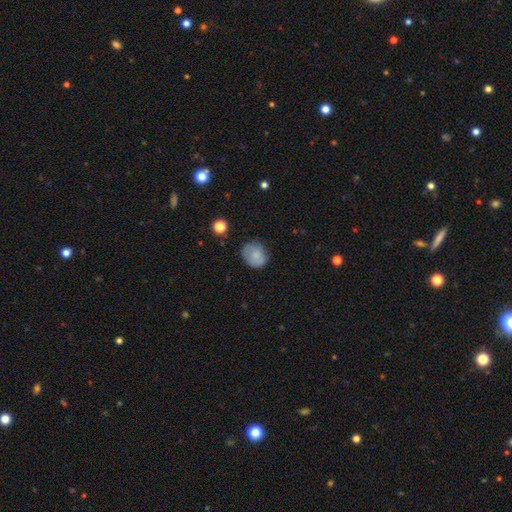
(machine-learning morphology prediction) Smooth or featured: smooth — 78% (featured or disk — 14%)
How rounded: round — 62% (in between — 37%)
Merging: none — 72% (minor disturbance — 21%)